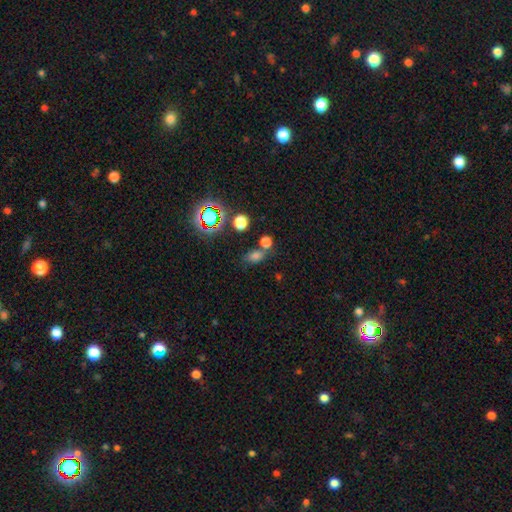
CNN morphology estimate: Overall: smooth (68%). How rounded: in between (70%). Merging: none (58%; merger 25%).